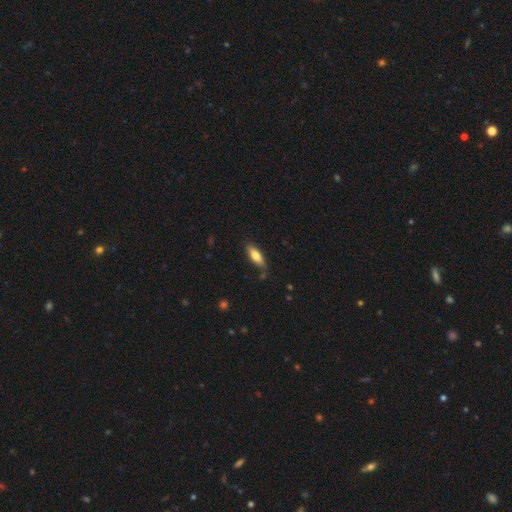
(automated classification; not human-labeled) Q: Smooth or featured?
A: smooth (72%); runner-up: featured or disk (22%)
Q: How rounded?
A: in between (54%); runner-up: cigar-shaped (44%)
Q: Merging?
A: none (80%); runner-up: minor disturbance (15%)